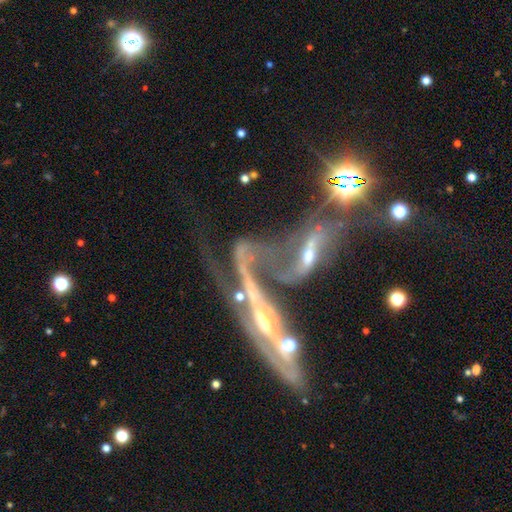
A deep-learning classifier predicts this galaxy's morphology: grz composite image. It shows a featured or disk galaxy (67%). Merging: merger (66%).